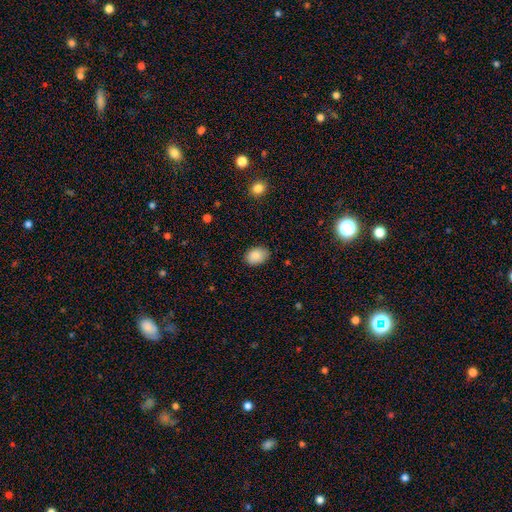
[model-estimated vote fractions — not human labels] A smooth galaxy with no disk features (88%) that is in between round and cigar-shaped (74%). Merging: none (82%).